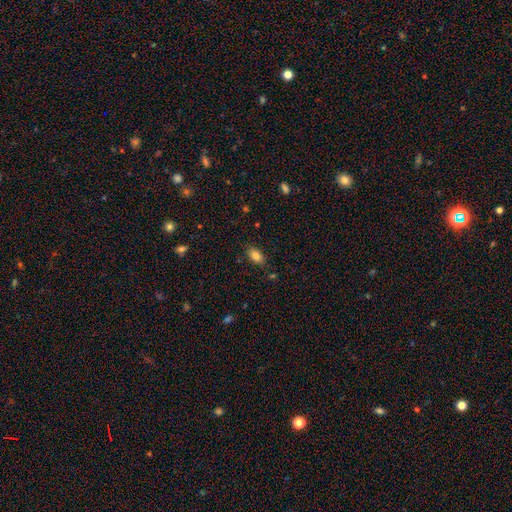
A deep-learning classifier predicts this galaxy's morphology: smooth 84%, star or artifact 9%, featured or disk 6%. Down the decision tree: how rounded — in between (90%); merging — none (84%).